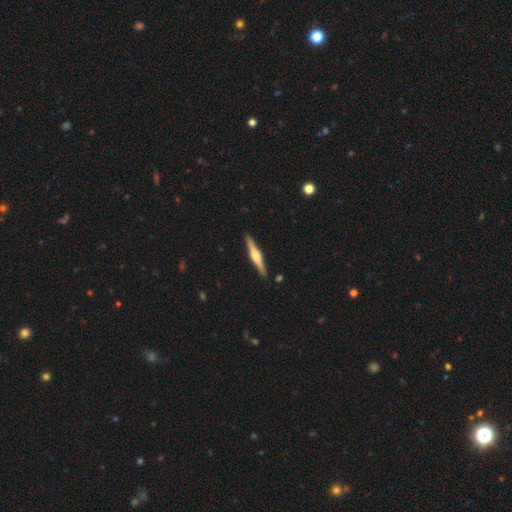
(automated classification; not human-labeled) Morphology: type=featured or disk (75%); edge-on=yes (98%); edge-on bulge=rounded (89%); merging=none (91%).